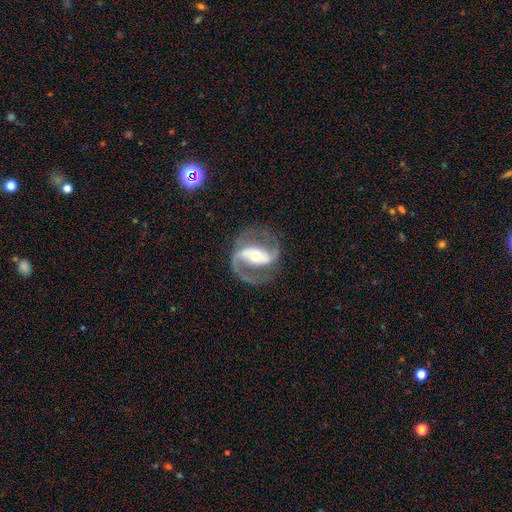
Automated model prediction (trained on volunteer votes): Morphology: type=featured or disk (90%); edge-on=no (97%); bar=strong (52%); spiral arms=yes (96%); winding=medium (56%); arm count=2 (90%); bulge=moderate (57%); merging=none (78%).